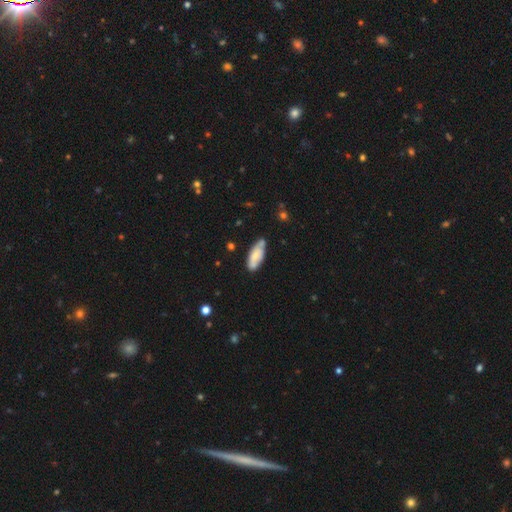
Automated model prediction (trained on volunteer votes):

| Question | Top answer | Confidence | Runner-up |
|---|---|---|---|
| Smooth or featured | smooth | 63% | featured or disk (30%) |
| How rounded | in between | 76% | cigar-shaped (23%) |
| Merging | none | 68% | minor disturbance (23%) |